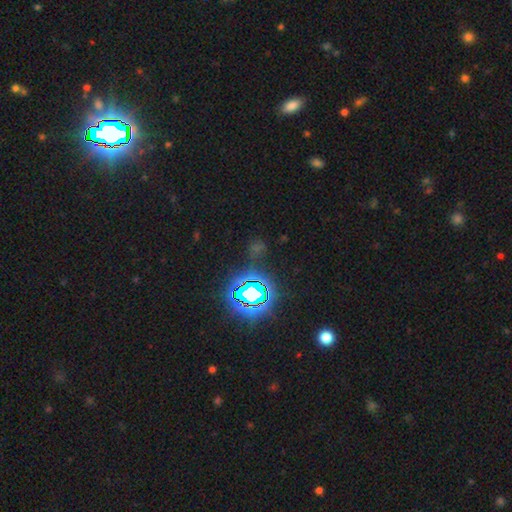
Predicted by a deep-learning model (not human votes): Smooth or featured? star or artifact (81%)